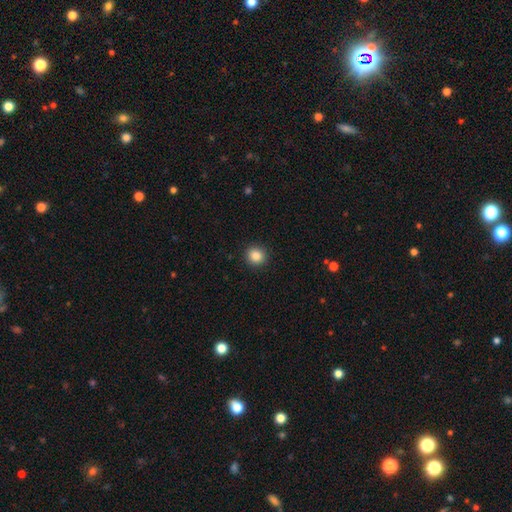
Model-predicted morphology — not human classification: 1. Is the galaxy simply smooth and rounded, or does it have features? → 87% smooth, 10% star or artifact, 4% featured or disk.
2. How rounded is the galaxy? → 89% round, 10% in between, 1% cigar-shaped.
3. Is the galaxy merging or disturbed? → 92% none, 5% minor disturbance, 2% major disturbance, 1% merger.